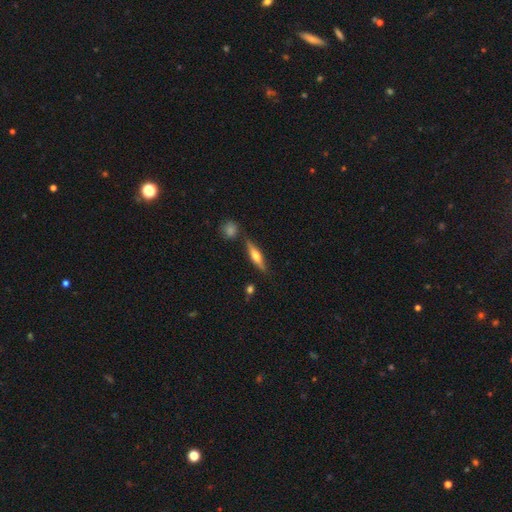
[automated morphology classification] smooth-or-featured: featured or disk: 54% | smooth: 40% | star or artifact: 6%
  disk-edge-on: yes: 94% | no: 6%
    edge-on-bulge: rounded: 89% | boxy: 7% | none: 4%
  merging: none: 80% | minor disturbance: 11% | merger: 6% | major disturbance: 3%